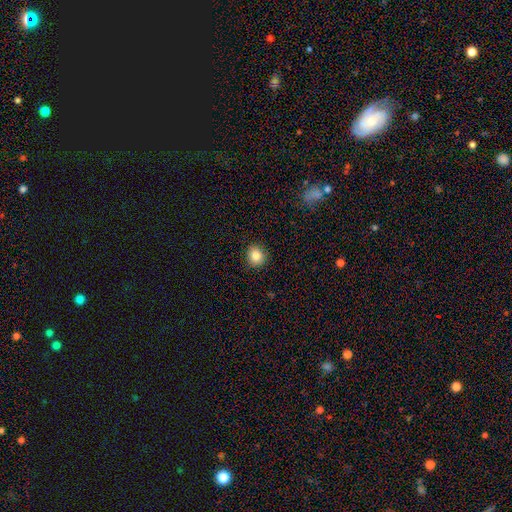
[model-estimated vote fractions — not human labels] The model was most divided on "how rounded": round: 85%, in between: 14%, cigar-shaped: 1%. More confident: merging — none (90%); smooth or featured — smooth (84%).